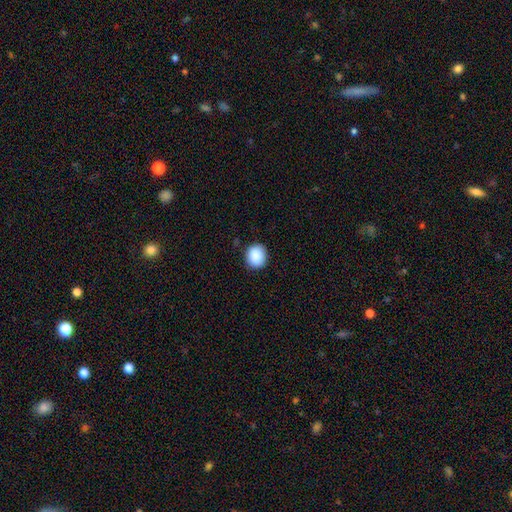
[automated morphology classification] Smooth or featured: smooth — 89% (star or artifact — 8%)
How rounded: round — 74% (in between — 25%)
Merging: none — 87% (minor disturbance — 10%)